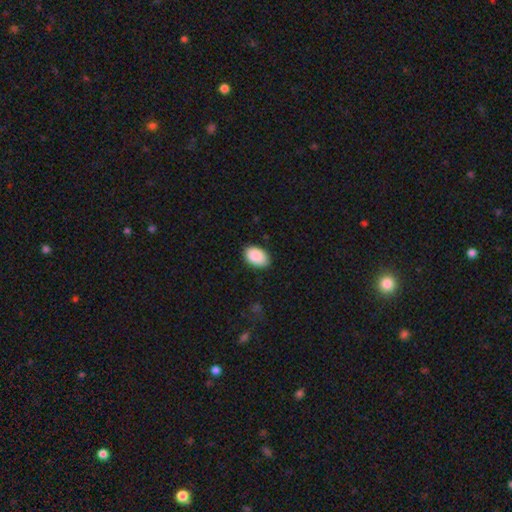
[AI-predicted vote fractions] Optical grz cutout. It shows a smooth galaxy with no disk features (91%) that is in between round and cigar-shaped (92%). Merging: none (85%).